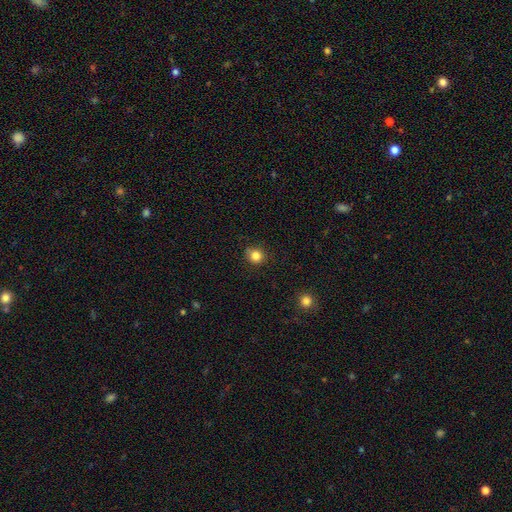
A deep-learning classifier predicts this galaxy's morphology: This is clearly a smooth galaxy (83%). How rounded: clearly round (88%). Merging: clearly none (85%).